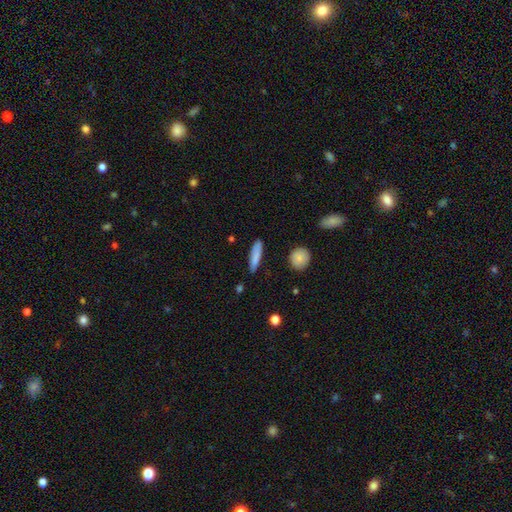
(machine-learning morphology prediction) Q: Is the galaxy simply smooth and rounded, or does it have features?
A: smooth — 82%.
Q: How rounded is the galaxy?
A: cigar-shaped — 79%.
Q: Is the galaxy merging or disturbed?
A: none — 85%.